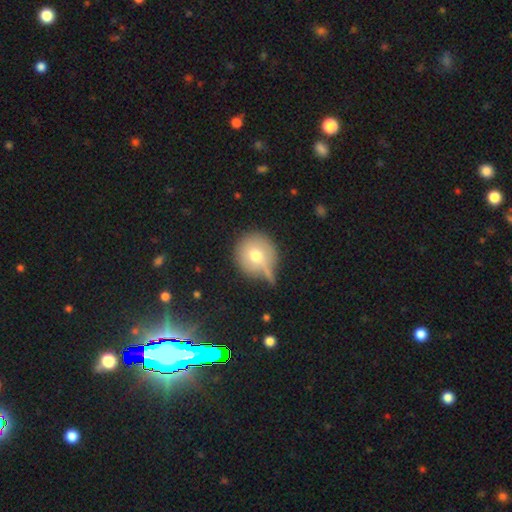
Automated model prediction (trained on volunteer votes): The model was most divided on "merging": none: 53%, minor disturbance: 24%, major disturbance: 12%, merger: 12%. More confident: how rounded — round (91%); smooth or featured — smooth (68%).